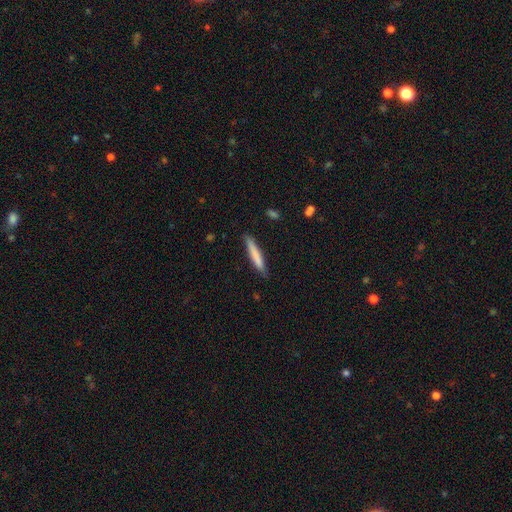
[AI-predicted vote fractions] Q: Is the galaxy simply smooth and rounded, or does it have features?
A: smooth — 76%.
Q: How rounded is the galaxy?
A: cigar-shaped — 93%.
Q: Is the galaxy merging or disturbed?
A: none — 83%.